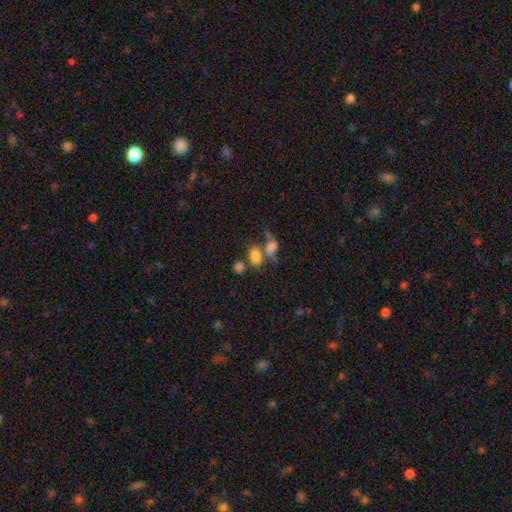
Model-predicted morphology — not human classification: Smooth or featured? Predicted: smooth (p=0.76). How rounded? Predicted: in between (p=0.74). Merging? Predicted: merger (p=0.45).